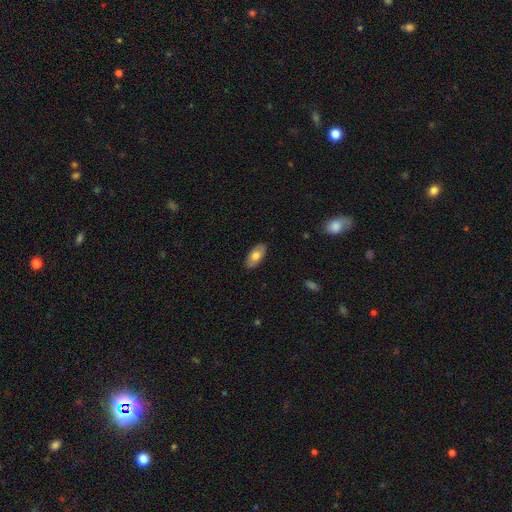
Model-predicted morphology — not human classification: Overall: smooth (71%). How rounded: in between (93%). Merging: none (88%).